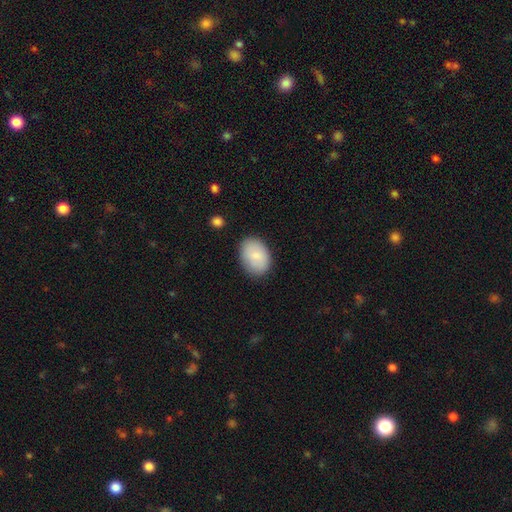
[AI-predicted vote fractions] smooth_or_featured: smooth (p=0.84) [alt: featured or disk p=0.10]
how_rounded: in between (p=0.82) [alt: round p=0.17]
merging: none (p=0.82) [alt: minor disturbance p=0.13]